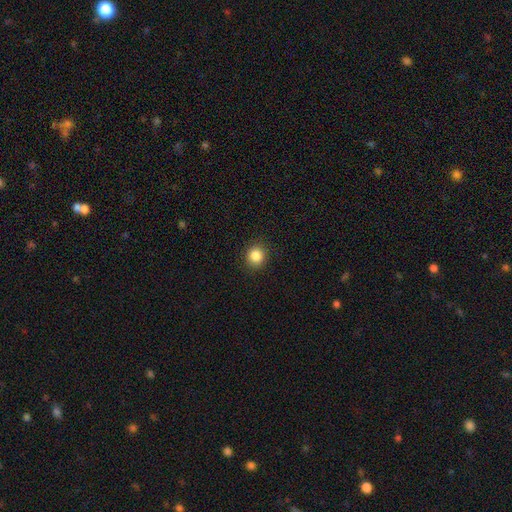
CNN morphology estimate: The model was most divided on "how rounded": round: 87%, in between: 12%, cigar-shaped: 1%. More confident: merging — none (91%); smooth or featured — smooth (85%).